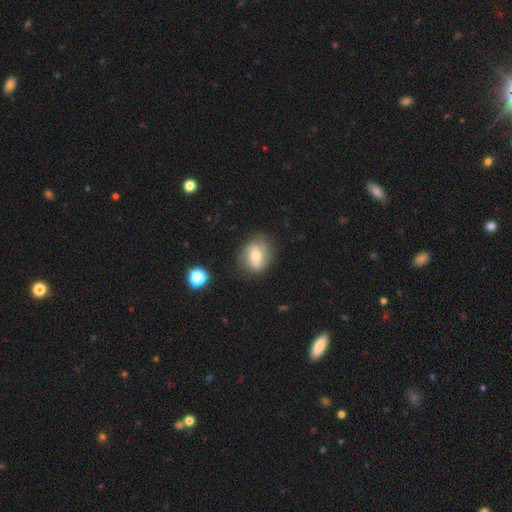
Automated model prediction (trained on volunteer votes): featured or disk 57%, smooth 35%, star or artifact 9%. Down the decision tree: edge-on disk — no (96%); bar — no (51%); spiral arms — yes (76%); bulge size — moderate (68%); merging — none (70%).